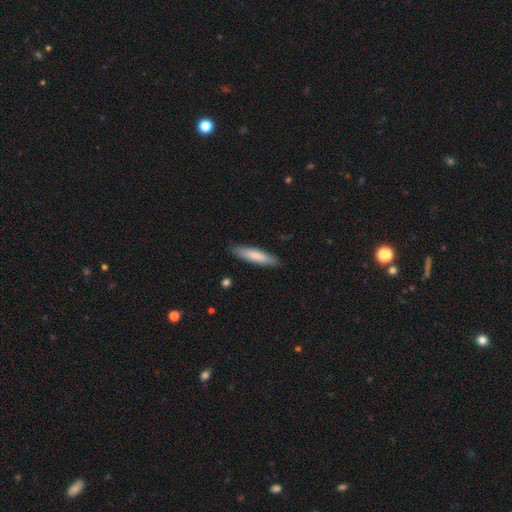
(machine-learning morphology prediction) Smooth or featured?
  - smooth: 81% *
  - featured or disk: 14%
  - star or artifact: 5%
How rounded?
  - cigar-shaped: 79% *
  - in between: 20%
  - round: 1%
Merging?
  - none: 88% *
  - minor disturbance: 10%
  - major disturbance: 2%
  - merger: 1%